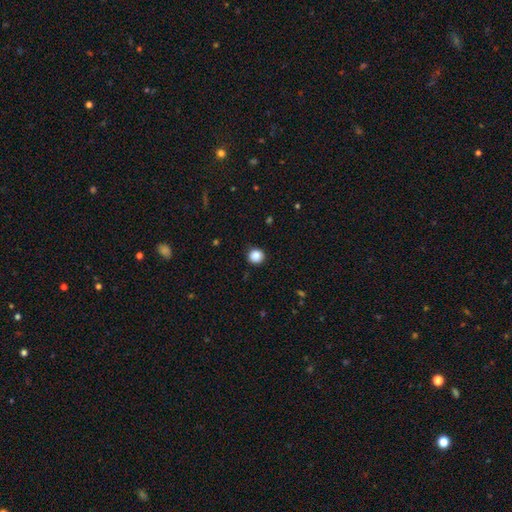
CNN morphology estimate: This appears to be a smooth galaxy with no disk features (87%) that is round (93%). Merging: none (90%).